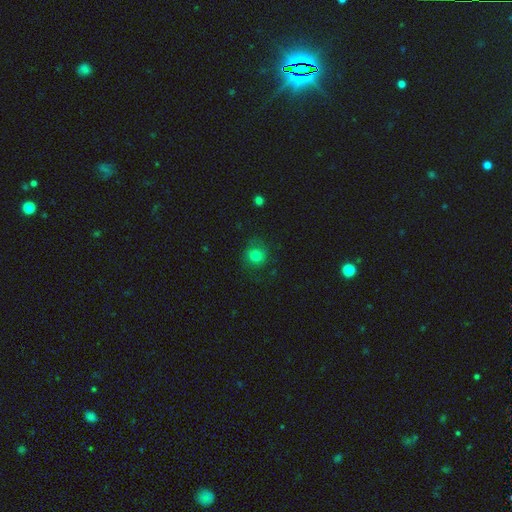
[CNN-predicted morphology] Smooth or featured? Predicted: smooth (p=0.79). How rounded? Predicted: round (p=0.88). Merging? Predicted: none (p=0.73).